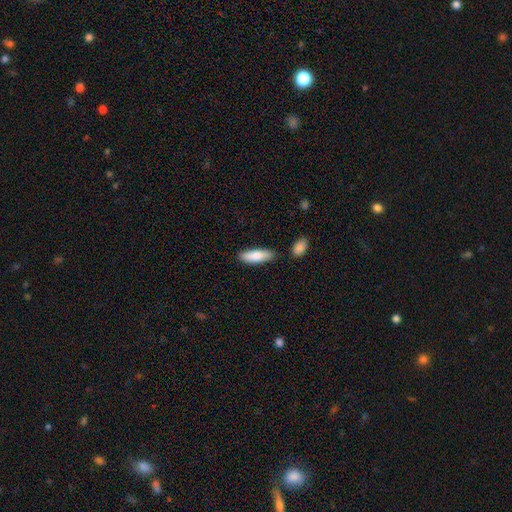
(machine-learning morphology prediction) A smooth galaxy with no disk features (84%) that is in between round and cigar-shaped (55%). Merging: none (81%).